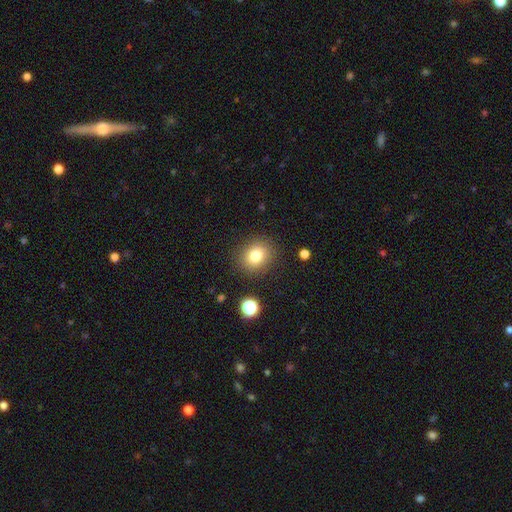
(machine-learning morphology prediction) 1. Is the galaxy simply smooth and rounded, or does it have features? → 81% smooth, 11% star or artifact, 7% featured or disk.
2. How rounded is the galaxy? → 67% round, 33% in between, 1% cigar-shaped.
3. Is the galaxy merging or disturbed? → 86% none, 9% minor disturbance, 3% major disturbance, 2% merger.